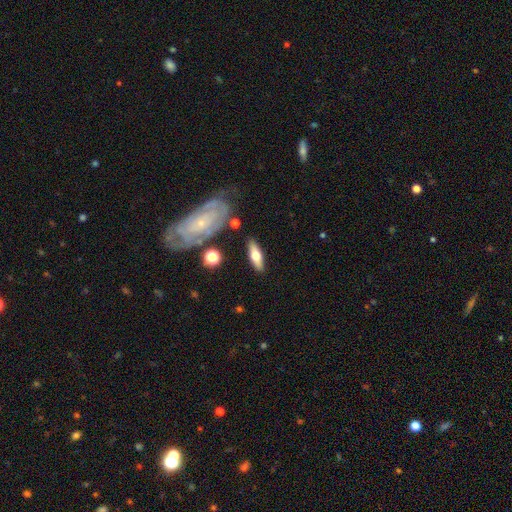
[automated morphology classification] The model was most divided on "smooth or featured": smooth: 48%, featured or disk: 46%, star or artifact: 6%. More confident: merging — none (83%).